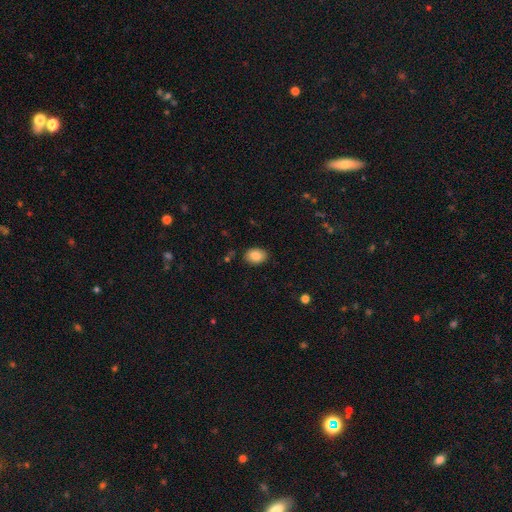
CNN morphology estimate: Smooth or featured: smooth — 88% (star or artifact — 8%)
How rounded: in between — 78% (round — 21%)
Merging: none — 86% (minor disturbance — 10%)